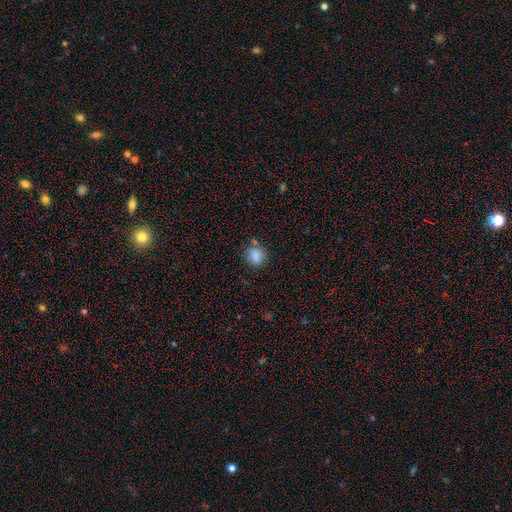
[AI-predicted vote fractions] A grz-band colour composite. It shows a smooth galaxy with no disk features (84%) that is round (63%). Merging: none (71%).